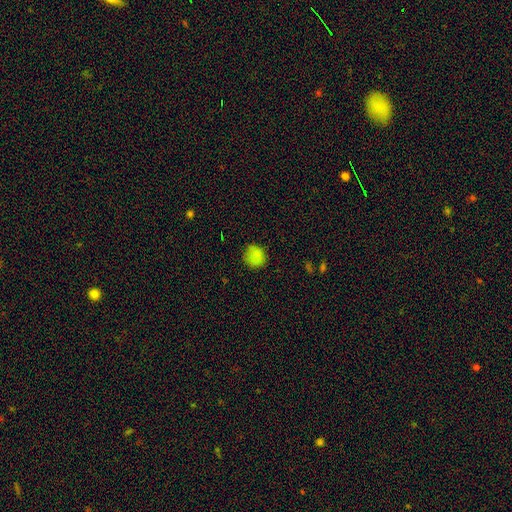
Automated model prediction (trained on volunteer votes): Morphology: type=smooth (83%); roundness=round (80%); merging=none (79%).